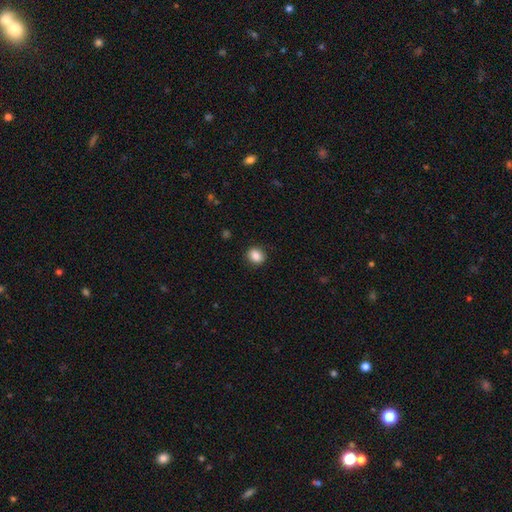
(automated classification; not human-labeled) This appears to be a smooth galaxy with no disk features (87%) that is round (64%). Merging: none (89%).